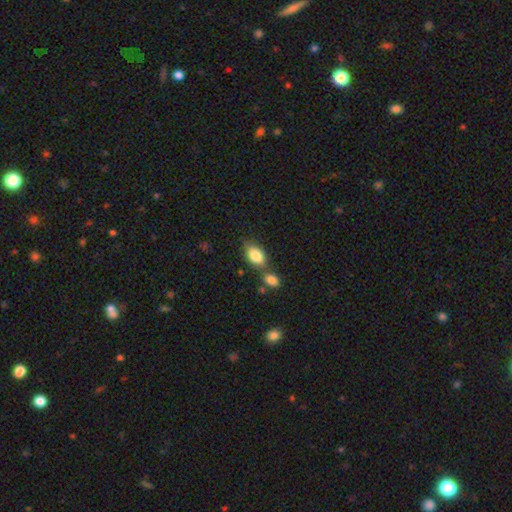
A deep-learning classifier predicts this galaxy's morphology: This is clearly a smooth galaxy (83%). How rounded: clearly in between (88%). Merging: possibly none (53%).